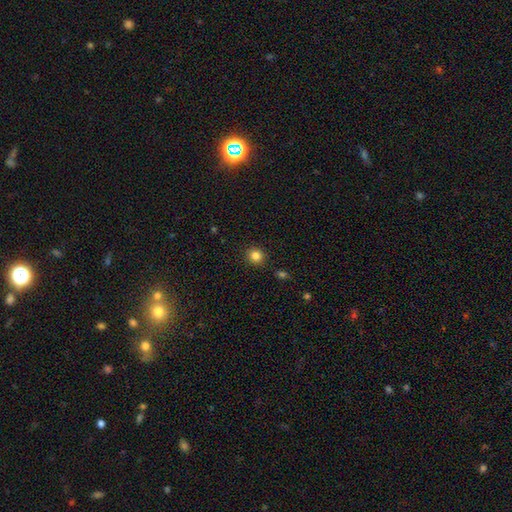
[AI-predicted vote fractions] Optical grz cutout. It shows a smooth galaxy with no disk features (83%) that is round (87%). Merging: none (91%).